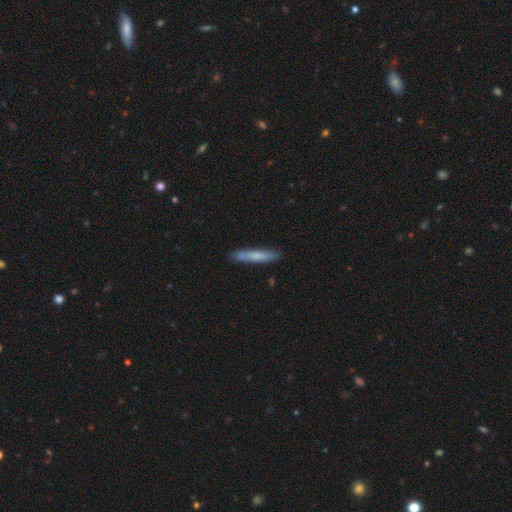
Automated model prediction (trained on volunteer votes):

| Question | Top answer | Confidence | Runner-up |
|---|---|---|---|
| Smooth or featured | smooth | 71% | featured or disk (24%) |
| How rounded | cigar-shaped | 93% | in between (6%) |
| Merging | none | 84% | minor disturbance (12%) |